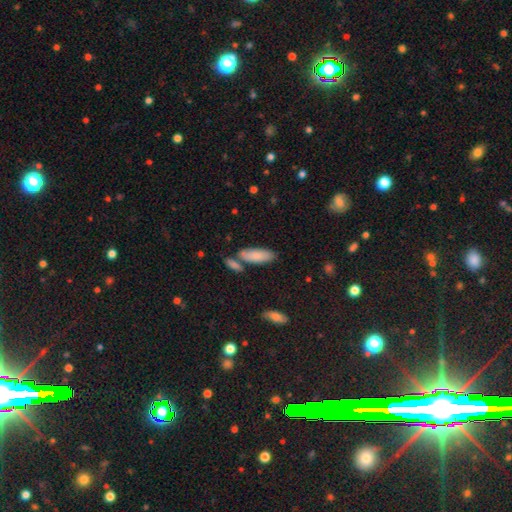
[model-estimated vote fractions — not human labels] Q: Smooth or featured?
A: smooth (83%); runner-up: featured or disk (11%)
Q: How rounded?
A: in between (67%); runner-up: cigar-shaped (32%)
Q: Merging?
A: none (68%); runner-up: merger (15%)